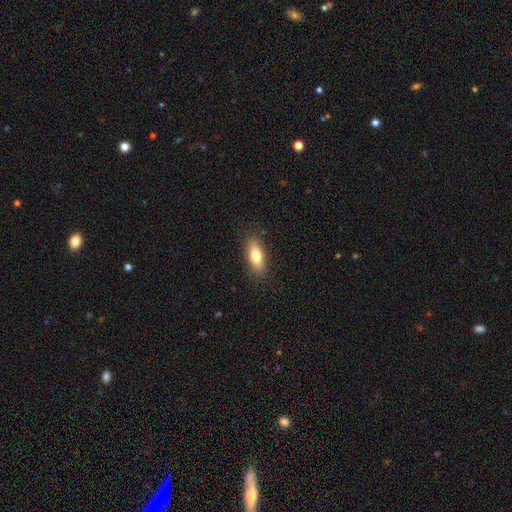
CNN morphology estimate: A smooth galaxy with no disk features (76%) that is in between round and cigar-shaped (76%). Merging: none (86%).